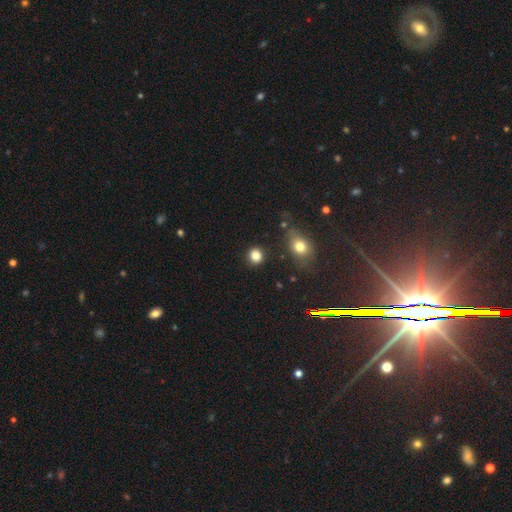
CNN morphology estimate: The model was most divided on "how rounded": round: 83%, in between: 16%, cigar-shaped: 1%. More confident: merging — none (88%); smooth or featured — smooth (83%).